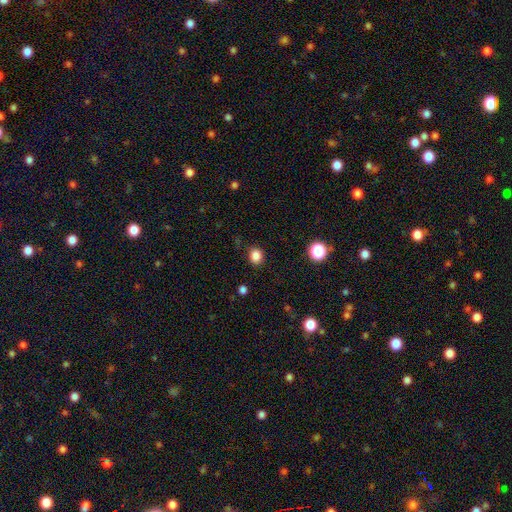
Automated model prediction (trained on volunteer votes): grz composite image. It shows a smooth galaxy with no disk features (85%) that is round (72%). Merging: none (86%).